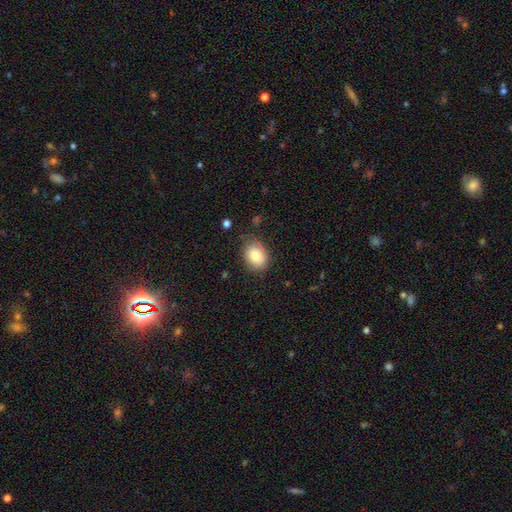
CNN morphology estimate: Smooth or featured? smooth (82%)
How rounded? in between (65%)
Merging? none (80%)